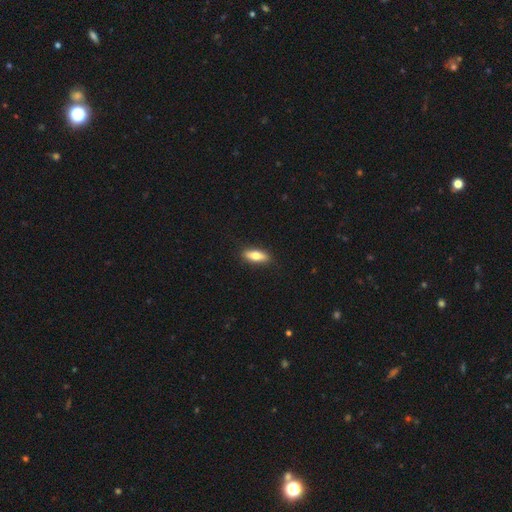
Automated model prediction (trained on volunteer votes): The model was most divided on "how rounded": in between: 62%, cigar-shaped: 35%, round: 3%. More confident: merging — none (88%); smooth or featured — smooth (72%).